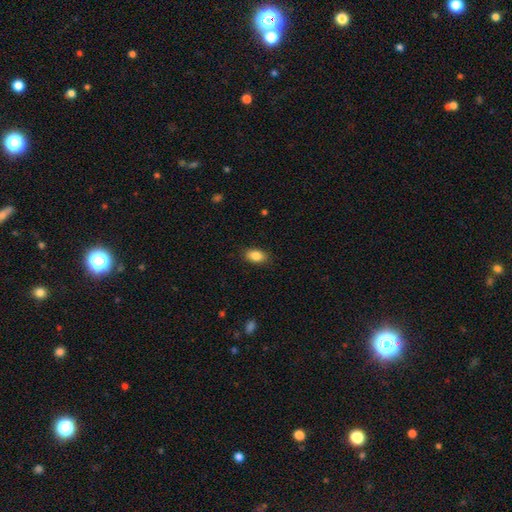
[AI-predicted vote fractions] smooth_or_featured: smooth (p=0.87) [alt: star or artifact p=0.07]
how_rounded: in between (p=0.91) [alt: round p=0.07]
merging: none (p=0.87) [alt: minor disturbance p=0.10]